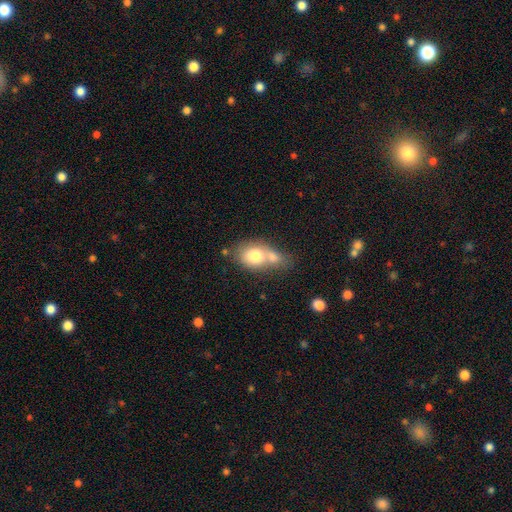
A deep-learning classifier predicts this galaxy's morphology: smooth 73%, featured or disk 19%, star or artifact 8%. Down the decision tree: how rounded — in between (65%); merging — merger (54%).